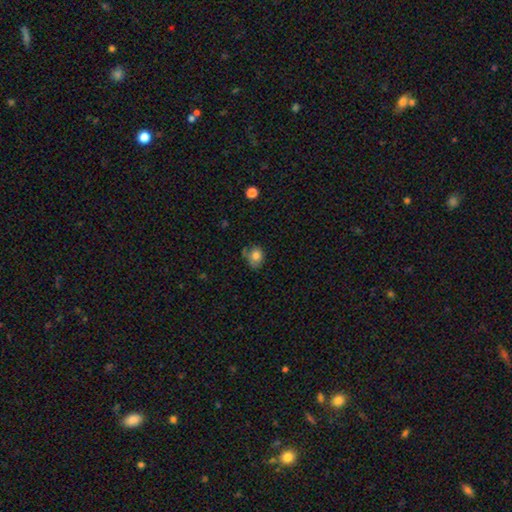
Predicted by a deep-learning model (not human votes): smooth-or-featured: smooth: 78% | featured or disk: 12% | star or artifact: 10%
  how-rounded: round: 52% | in between: 47% | cigar-shaped: 1%
  merging: none: 48% | minor disturbance: 32% | major disturbance: 13% | merger: 7%